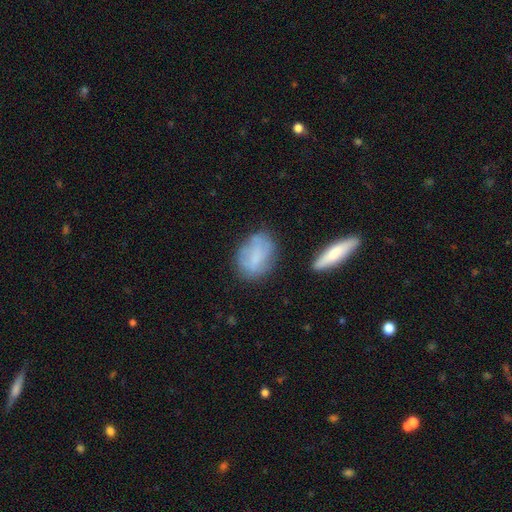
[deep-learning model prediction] Overall: smooth (63%; featured or disk 30%). How rounded: in between (77%). Merging: none (65%).